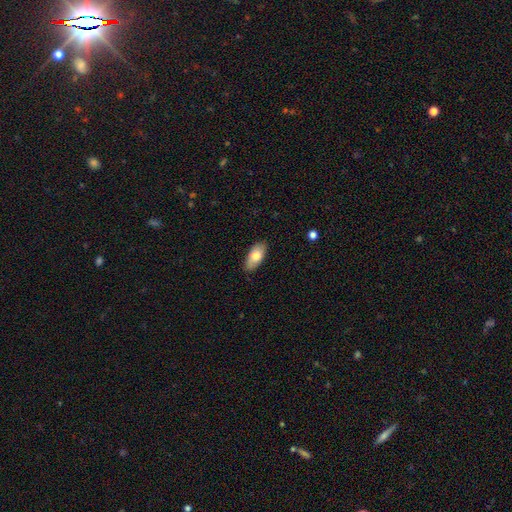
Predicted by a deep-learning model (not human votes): smooth 77%, featured or disk 17%, star or artifact 6%. Down the decision tree: how rounded — in between (91%); merging — none (85%).